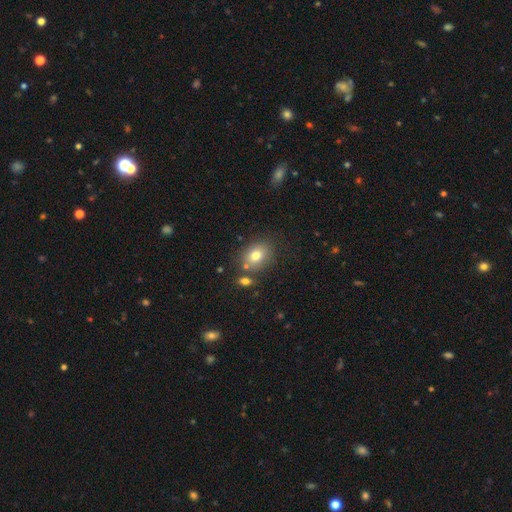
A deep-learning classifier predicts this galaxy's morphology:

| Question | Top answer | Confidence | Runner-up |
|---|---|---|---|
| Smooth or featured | smooth | 78% | featured or disk (11%) |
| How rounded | in between | 56% | round (43%) |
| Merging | none | 72% | minor disturbance (12%) |